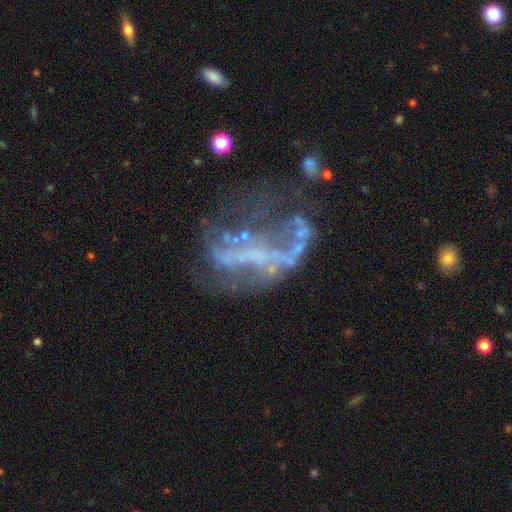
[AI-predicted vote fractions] A featured or disk galaxy (68%) with no bar (56%), no spiral arms (69%) and no central bulge (70%). Merging: major disturbance (45%).